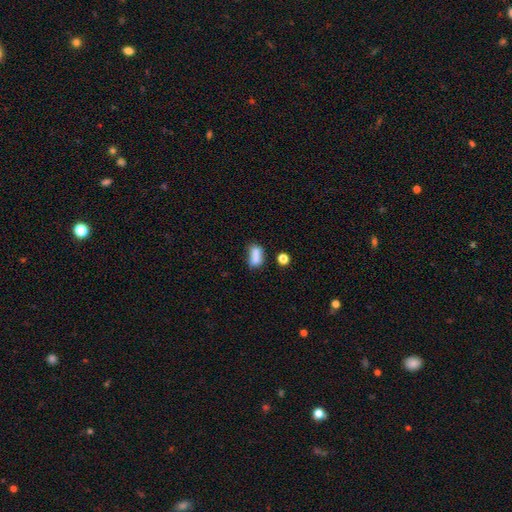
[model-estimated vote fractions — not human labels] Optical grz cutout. It shows a smooth galaxy with no disk features (77%) that is in between round and cigar-shaped (79%). Merging: none (42%).